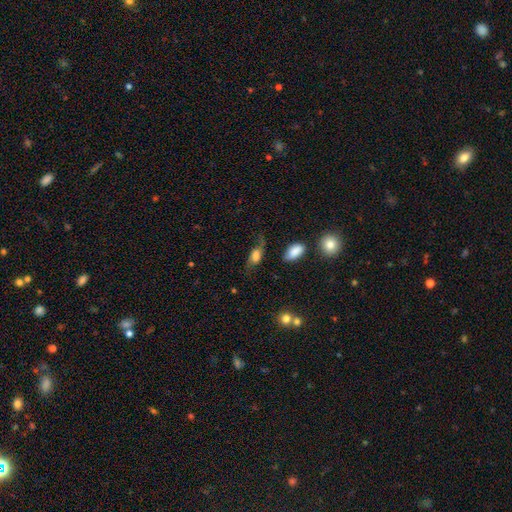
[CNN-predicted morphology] Smooth or featured?
  - smooth: 54% *
  - featured or disk: 35%
  - star or artifact: 11%
How rounded?
  - in between: 79% *
  - cigar-shaped: 11%
  - round: 10%
Merging?
  - none: 52% *
  - minor disturbance: 25%
  - major disturbance: 19%
  - merger: 4%